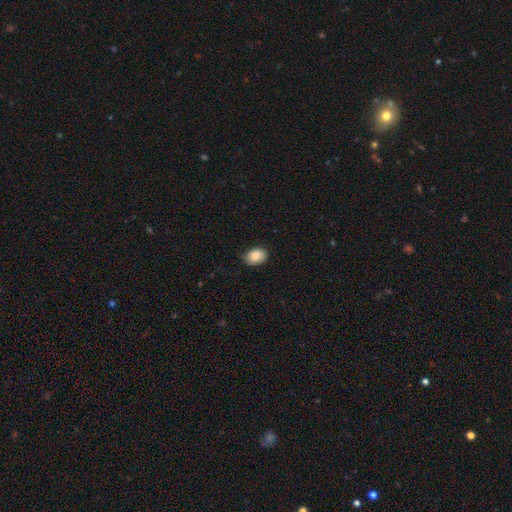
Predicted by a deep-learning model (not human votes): Smooth or featured: smooth — 86% (star or artifact — 8%)
How rounded: in between — 75% (round — 24%)
Merging: none — 85% (minor disturbance — 12%)